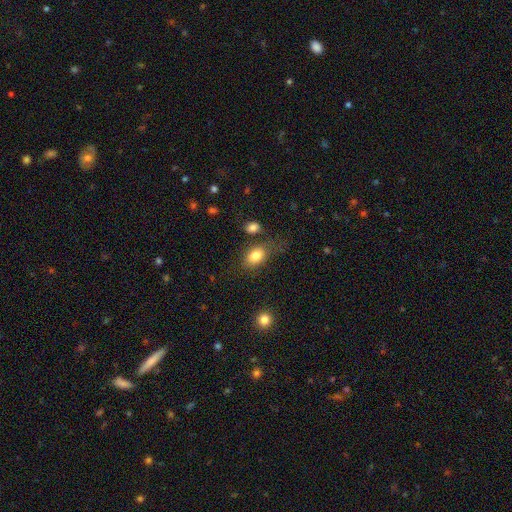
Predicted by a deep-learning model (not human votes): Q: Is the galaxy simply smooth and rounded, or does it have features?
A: smooth — 82%.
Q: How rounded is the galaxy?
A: in between — 84%.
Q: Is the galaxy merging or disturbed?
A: none — 65%.